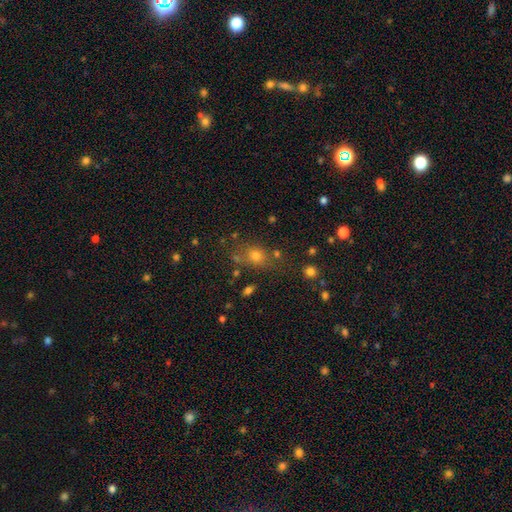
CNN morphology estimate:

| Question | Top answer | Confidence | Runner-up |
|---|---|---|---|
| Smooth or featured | smooth | 66% | star or artifact (23%) |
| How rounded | round | 54% | in between (44%) |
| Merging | none | 70% | minor disturbance (14%) |